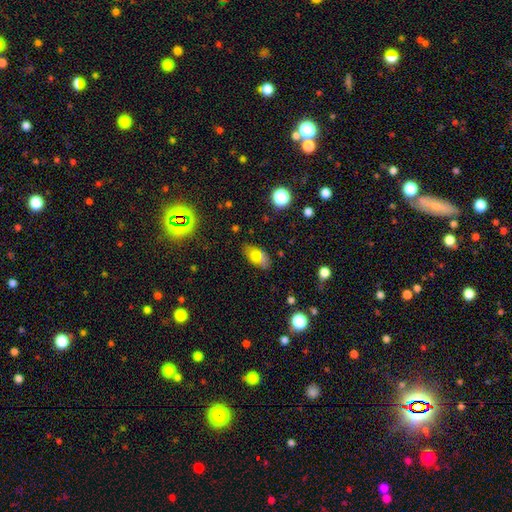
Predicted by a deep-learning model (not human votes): Smooth or featured: smooth — 67% (featured or disk — 17%)
How rounded: in between — 84% (round — 9%)
Merging: none — 66% (minor disturbance — 18%)